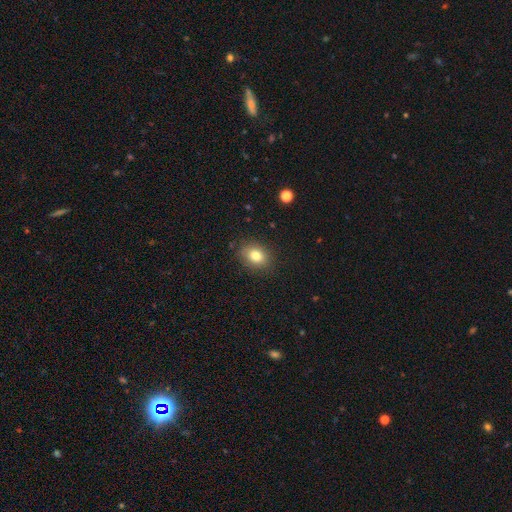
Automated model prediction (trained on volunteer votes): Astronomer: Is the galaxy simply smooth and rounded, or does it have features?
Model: smooth — 80%.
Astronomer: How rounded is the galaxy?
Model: in between — 59% (runner-up: round, 40%).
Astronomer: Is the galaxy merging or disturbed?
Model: none — 85%.